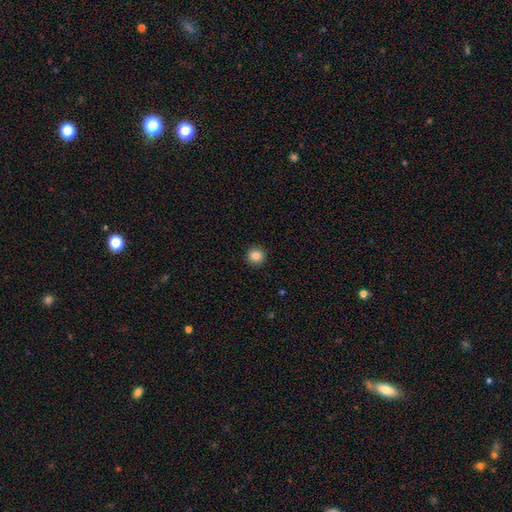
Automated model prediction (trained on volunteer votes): smooth-or-featured: smooth: 86% | star or artifact: 11% | featured or disk: 4%
  how-rounded: round: 94% | in between: 5% | cigar-shaped: 1%
  merging: none: 93% | minor disturbance: 5% | major disturbance: 2% | merger: 1%